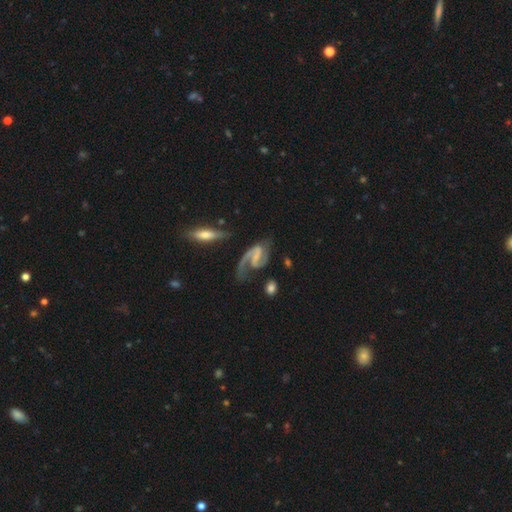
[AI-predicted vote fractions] Q: Smooth or featured?
A: featured or disk (87%); runner-up: smooth (8%)
Q: Edge-on disk?
A: no (97%); runner-up: yes (3%)
Q: Bar?
A: strong (40%); runner-up: weak (38%)
Q: Spiral arms?
A: yes (96%); runner-up: no (4%)
Q: Spiral winding?
A: medium (47%); runner-up: loose (39%)
Q: Spiral arm count?
A: 2 (79%); runner-up: 1 (16%)
Q: Bulge size?
A: none (53%); runner-up: small (32%)
Q: Merging?
A: none (55%); runner-up: major disturbance (20%)